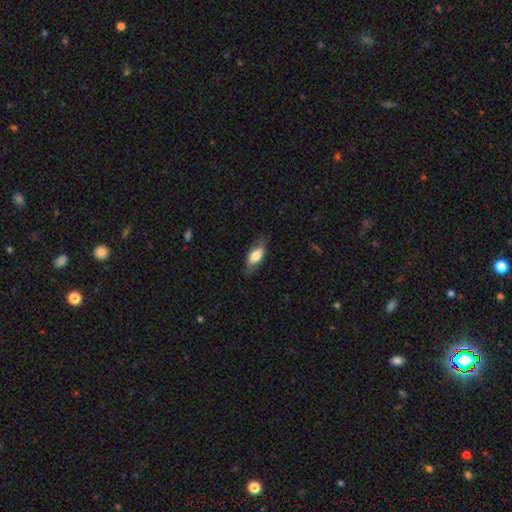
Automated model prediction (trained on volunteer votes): A smooth galaxy with no disk features (65%) that is in between round and cigar-shaped (79%). Merging: none (74%).